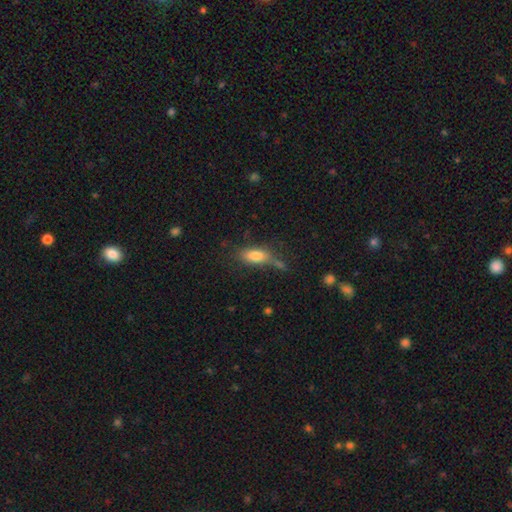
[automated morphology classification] This appears to be a smooth galaxy with no disk features (78%) that is in between round and cigar-shaped (78%). Merging: none (57%).